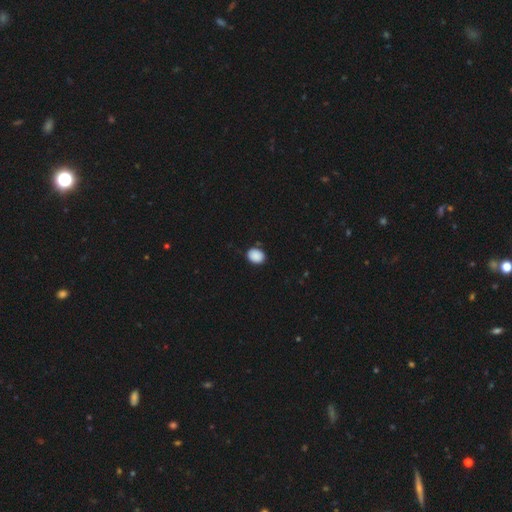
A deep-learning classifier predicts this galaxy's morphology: Smooth or featured? Predicted: smooth (p=0.89). How rounded? Predicted: in between (p=0.57). Merging? Predicted: none (p=0.85).